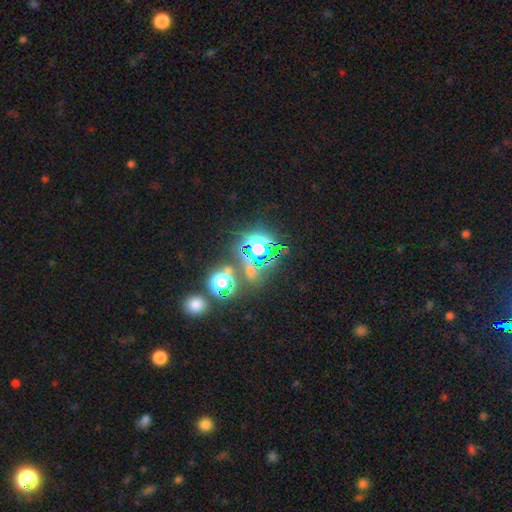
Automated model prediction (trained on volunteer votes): Smooth or featured? Predicted: star or artifact (p=0.75).